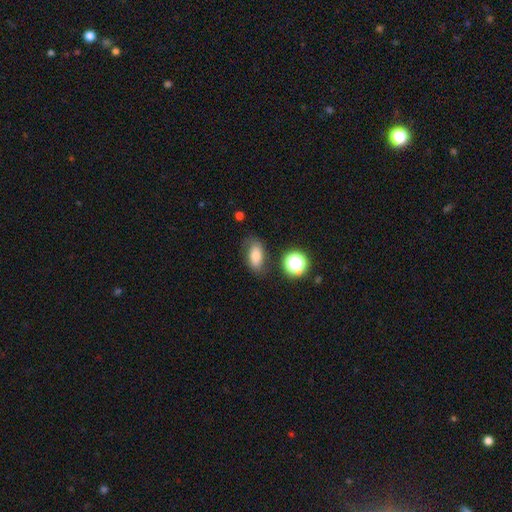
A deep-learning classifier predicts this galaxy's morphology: Smooth or featured? Predicted: smooth (p=0.73). How rounded? Predicted: in between (p=0.85). Merging? Predicted: none (p=0.71).